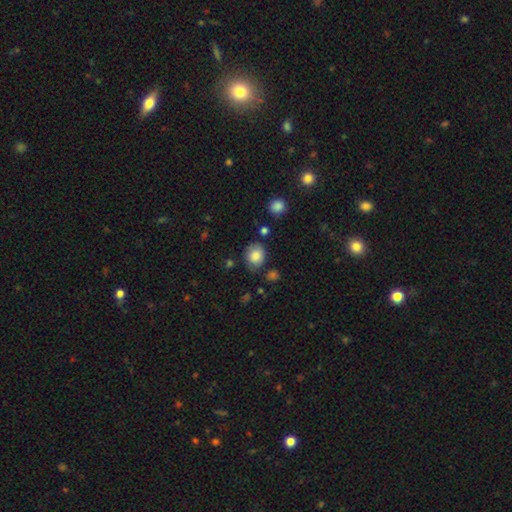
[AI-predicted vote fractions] The model was most divided on "how rounded": round: 60%, in between: 39%, cigar-shaped: 1%. More confident: smooth or featured — smooth (83%); merging — none (69%).